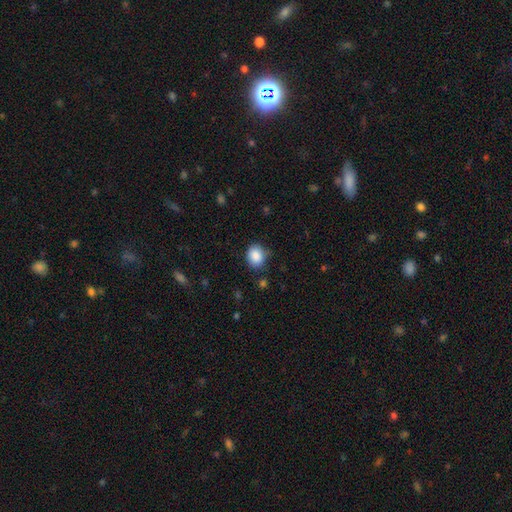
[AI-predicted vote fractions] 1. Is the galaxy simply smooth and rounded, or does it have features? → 87% smooth, 9% star or artifact, 4% featured or disk.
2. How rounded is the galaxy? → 55% round, 44% in between, 1% cigar-shaped.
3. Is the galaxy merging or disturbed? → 77% none, 17% minor disturbance, 4% major disturbance, 2% merger.